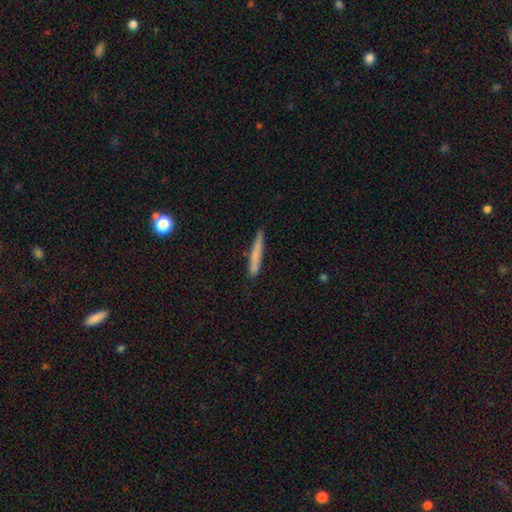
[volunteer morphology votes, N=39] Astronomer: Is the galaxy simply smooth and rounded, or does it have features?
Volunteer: smooth — 79%.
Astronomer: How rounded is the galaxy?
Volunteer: cigar-shaped — 100%.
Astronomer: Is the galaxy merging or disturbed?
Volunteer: none — 72%.